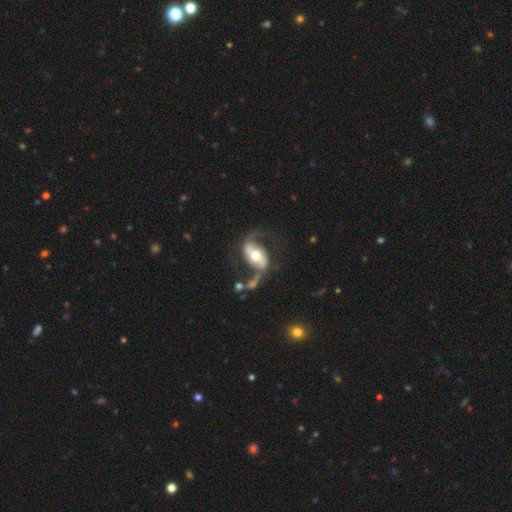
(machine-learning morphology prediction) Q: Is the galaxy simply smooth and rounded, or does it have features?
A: featured or disk — 80%.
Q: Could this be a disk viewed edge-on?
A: no — 95%.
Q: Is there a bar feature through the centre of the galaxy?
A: strong — 37%.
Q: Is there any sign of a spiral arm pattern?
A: yes — 88%.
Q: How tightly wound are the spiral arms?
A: loose — 64%.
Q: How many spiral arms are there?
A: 2 — 91%.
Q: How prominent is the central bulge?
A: moderate — 70%.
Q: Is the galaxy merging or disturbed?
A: none — 53%.